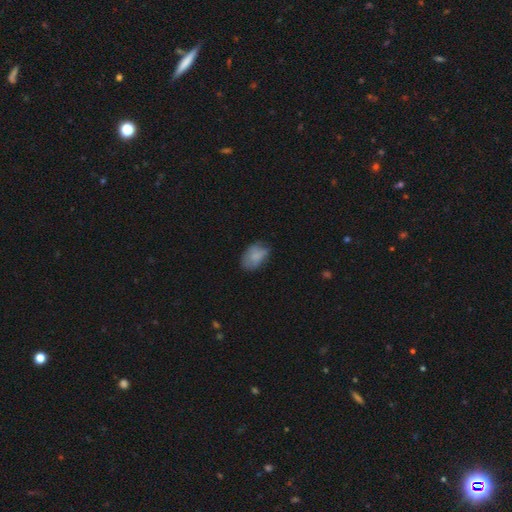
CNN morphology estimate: Q: Smooth or featured?
A: smooth (78%); runner-up: featured or disk (14%)
Q: How rounded?
A: in between (88%); runner-up: round (10%)
Q: Merging?
A: none (57%); runner-up: minor disturbance (31%)